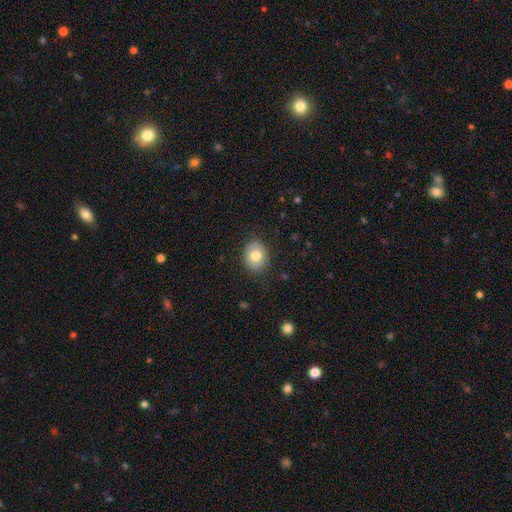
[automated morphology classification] This is likely a smooth galaxy (77%). How rounded: possibly in between (54%). Merging: clearly none (87%).